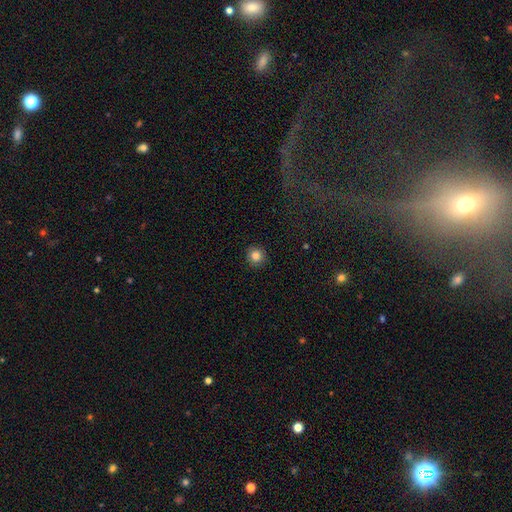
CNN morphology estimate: Smooth or featured: smooth — 84% (star or artifact — 11%)
How rounded: round — 95% (in between — 4%)
Merging: none — 92% (minor disturbance — 5%)